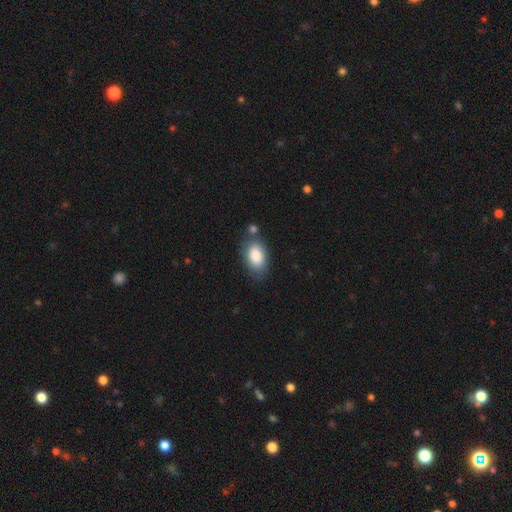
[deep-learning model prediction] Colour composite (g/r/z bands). It shows a smooth galaxy with no disk features (85%) that is in between round and cigar-shaped (92%). Merging: none (65%).